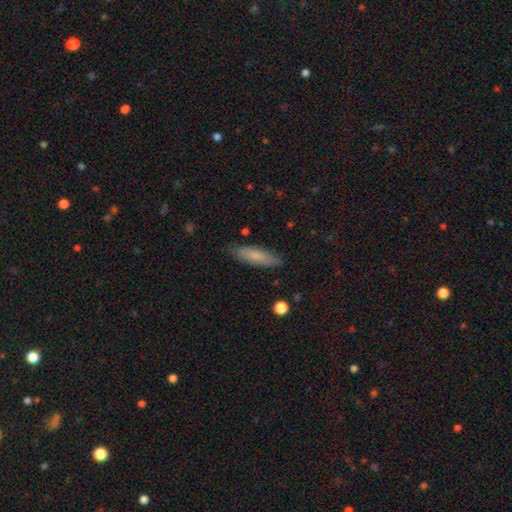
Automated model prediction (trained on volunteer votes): A smooth galaxy with no disk features (76%) that is cigar-shaped (62%).

Vote fractions:
- Smooth or featured? smooth: 76% / featured or disk: 17% / star or artifact: 7%
- How rounded? cigar-shaped: 62% / in between: 36% / round: 2%
- Merging? none: 83% / minor disturbance: 13% / major disturbance: 2% / merger: 1%